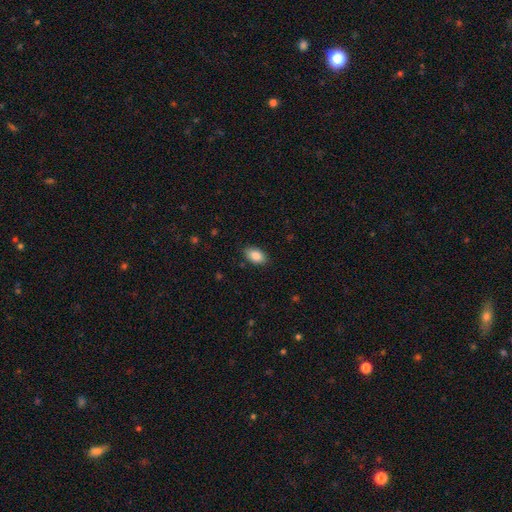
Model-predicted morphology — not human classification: smooth 86%, star or artifact 7%, featured or disk 7%. Down the decision tree: how rounded — in between (91%); merging — none (86%).